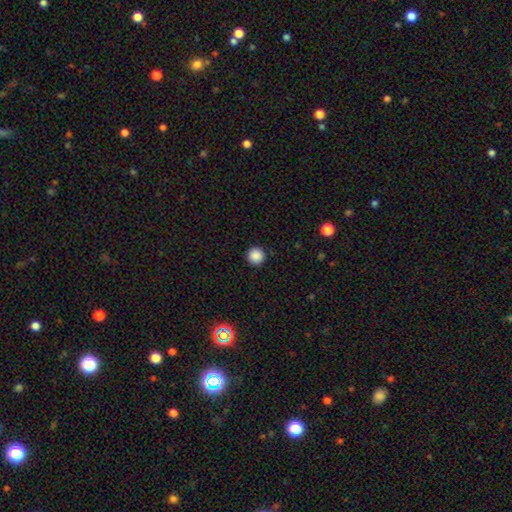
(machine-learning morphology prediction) This is clearly a smooth galaxy (87%). How rounded: clearly round (96%). Merging: clearly none (92%).